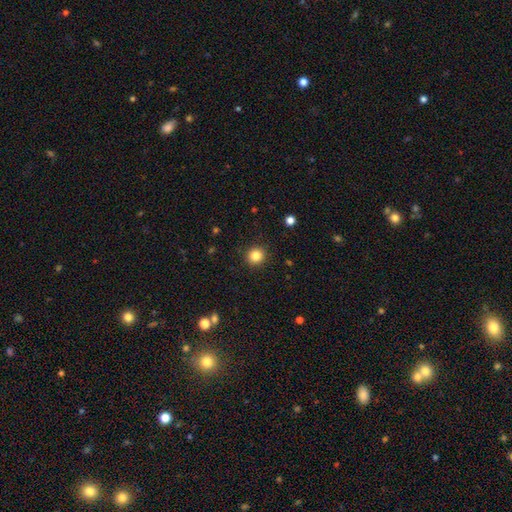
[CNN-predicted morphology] Overall: smooth (84%). How rounded: round (92%). Merging: none (92%).